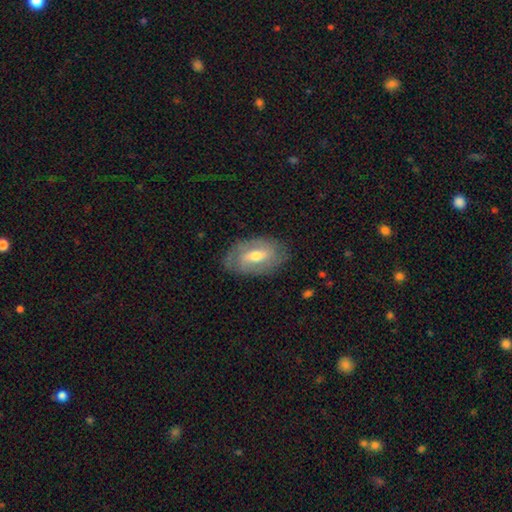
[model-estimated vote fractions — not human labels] A featured or disk galaxy (63%) with a weak bar (46%), spiral arms (70%) and a moderate central bulge (66%). Merging: none (79%).